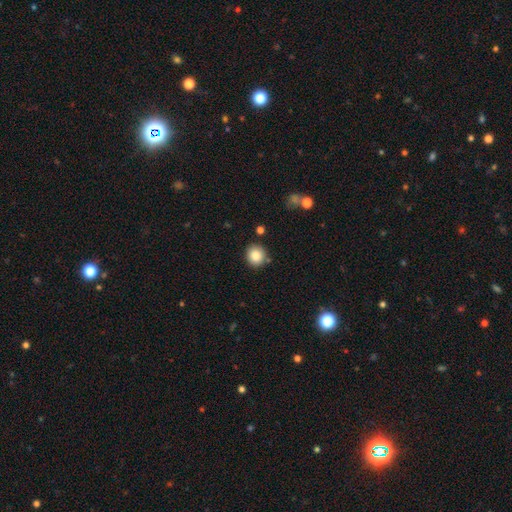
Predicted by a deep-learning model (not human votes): smooth 86%, star or artifact 9%, featured or disk 4%. Down the decision tree: how rounded — round (89%); merging — none (84%).